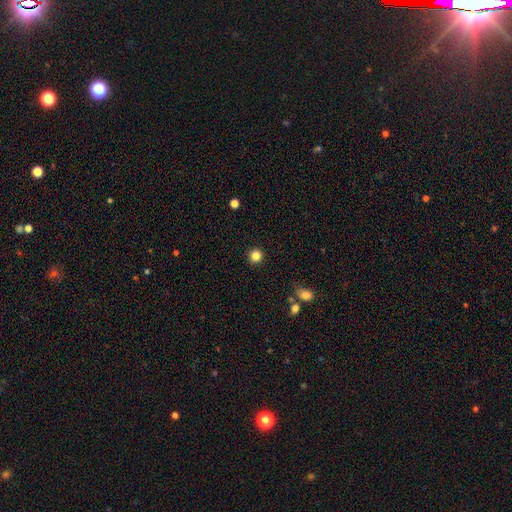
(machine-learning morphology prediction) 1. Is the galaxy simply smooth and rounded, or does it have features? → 84% smooth, 11% star or artifact, 4% featured or disk.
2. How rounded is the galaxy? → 94% round, 5% in between, 1% cigar-shaped.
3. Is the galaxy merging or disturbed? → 92% none, 5% minor disturbance, 2% major disturbance, 1% merger.